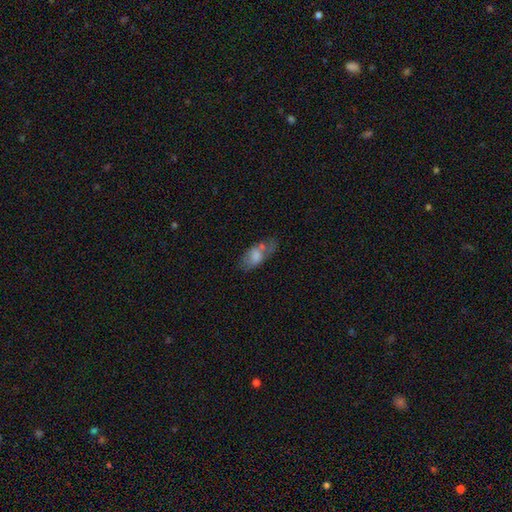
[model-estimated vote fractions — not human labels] A smooth galaxy with no disk features (62%) that is in between round and cigar-shaped (84%). Merging: none (43%).